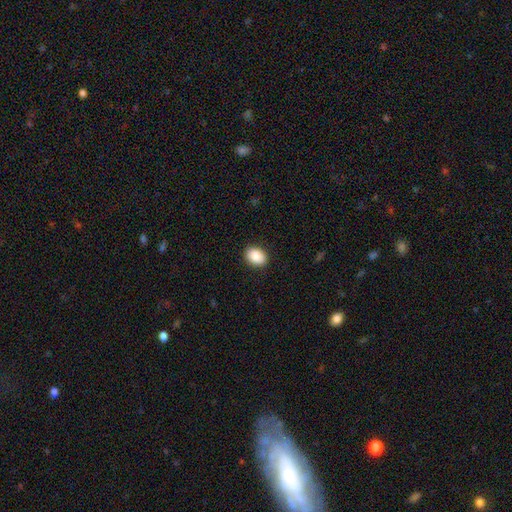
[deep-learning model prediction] Smooth or featured? Predicted: smooth (p=0.85). How rounded? Predicted: in between (p=0.68). Merging? Predicted: none (p=0.89).